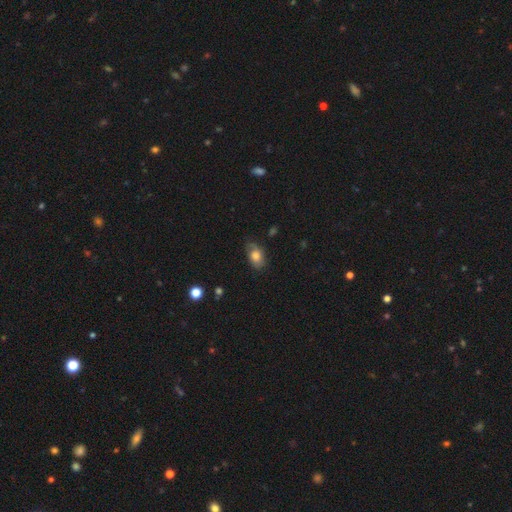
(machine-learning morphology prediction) Q: Smooth or featured?
A: smooth (70%); runner-up: featured or disk (21%)
Q: How rounded?
A: in between (86%); runner-up: round (13%)
Q: Merging?
A: none (66%); runner-up: minor disturbance (26%)